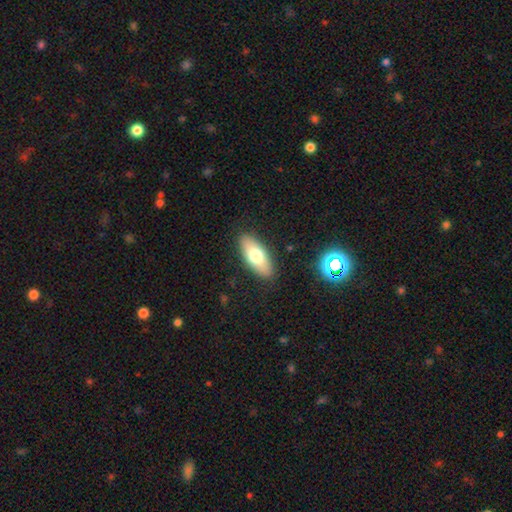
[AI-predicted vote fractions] Smooth or featured?
  - smooth: 70% *
  - featured or disk: 24%
  - star or artifact: 7%
How rounded?
  - in between: 80% *
  - cigar-shaped: 17%
  - round: 3%
Merging?
  - none: 88% *
  - minor disturbance: 9%
  - major disturbance: 2%
  - merger: 1%